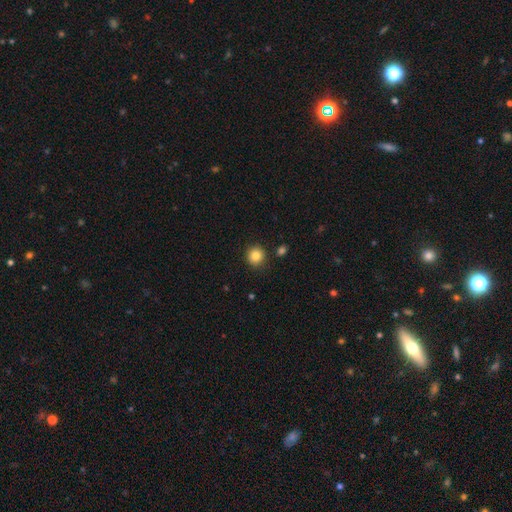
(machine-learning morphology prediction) smooth 84%, star or artifact 10%, featured or disk 5%. Down the decision tree: how rounded — round (93%); merging — none (90%).